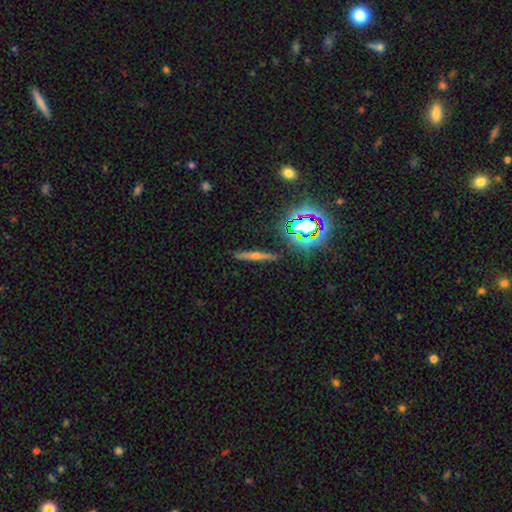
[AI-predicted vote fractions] Q: Smooth or featured?
A: featured or disk (42%); runner-up: smooth (36%)
Q: Merging?
A: none (88%); runner-up: minor disturbance (8%)